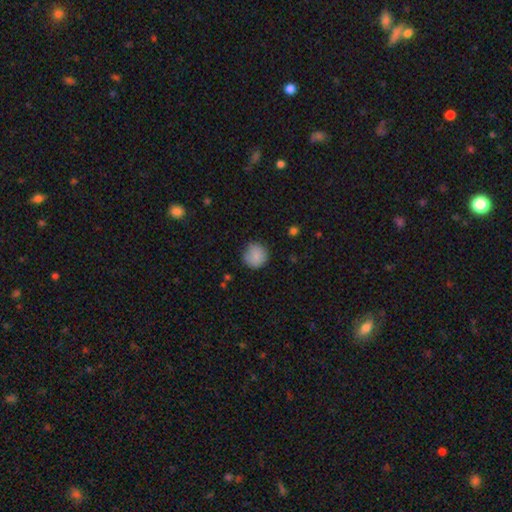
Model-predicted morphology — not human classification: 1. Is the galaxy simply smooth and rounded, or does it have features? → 86% smooth, 8% star or artifact, 6% featured or disk.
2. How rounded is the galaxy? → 93% round, 6% in between, 1% cigar-shaped.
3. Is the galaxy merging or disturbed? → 82% none, 14% minor disturbance, 3% major disturbance, 1% merger.